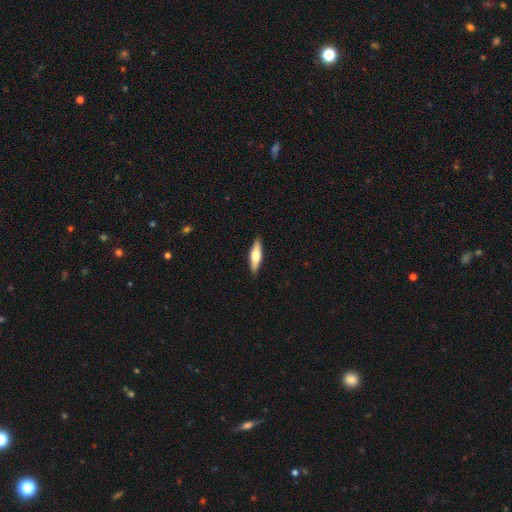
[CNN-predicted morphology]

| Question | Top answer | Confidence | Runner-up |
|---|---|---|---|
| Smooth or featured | smooth | 53% | featured or disk (42%) |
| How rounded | cigar-shaped | 61% | in between (37%) |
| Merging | none | 90% | minor disturbance (8%) |